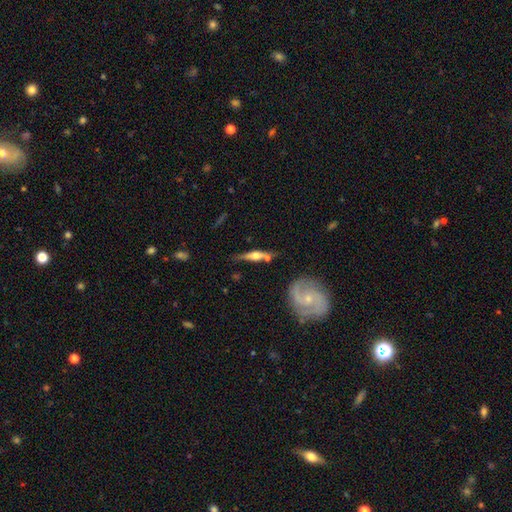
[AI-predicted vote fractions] featured or disk 67%, smooth 26%, star or artifact 7%. Down the decision tree: edge-on disk — yes (90%); edge-on bulge — rounded (92%); merging — none (64%).